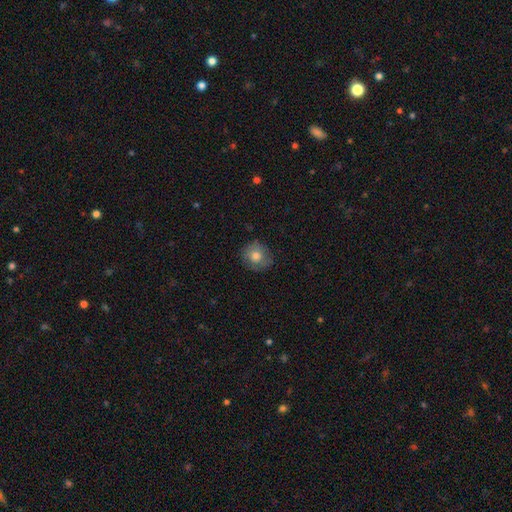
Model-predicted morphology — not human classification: Overall: smooth (75%). How rounded: round (80%). Merging: none (78%).